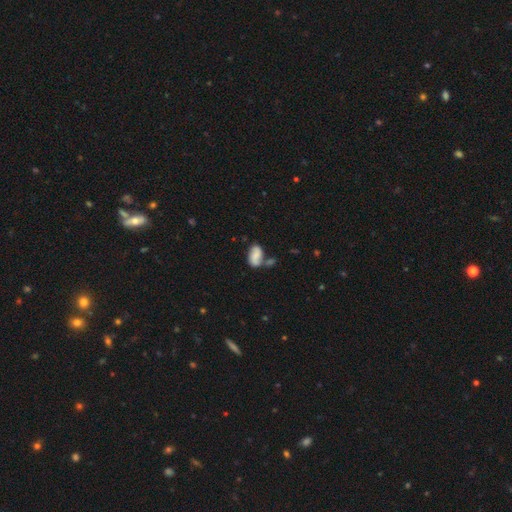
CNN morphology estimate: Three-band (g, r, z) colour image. It shows a smooth galaxy with no disk features (67%) that is in between round and cigar-shaped (91%). Merging: none (41%).